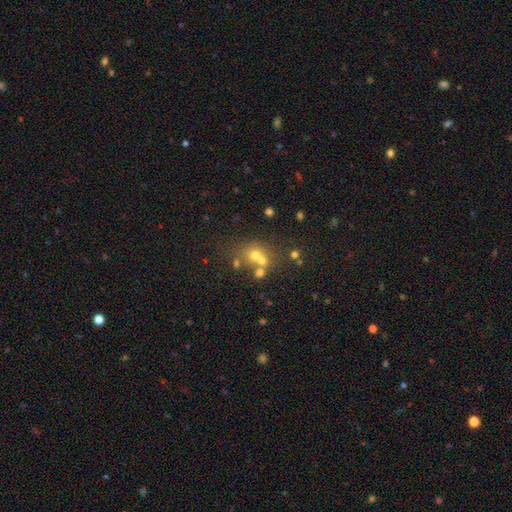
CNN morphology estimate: Smooth or featured?
  - smooth: 56% *
  - star or artifact: 23%
  - featured or disk: 21%
How rounded?
  - round: 75% *
  - in between: 24%
  - cigar-shaped: 1%
Merging?
  - none: 44% *
  - merger: 42%
  - minor disturbance: 9%
  - major disturbance: 5%